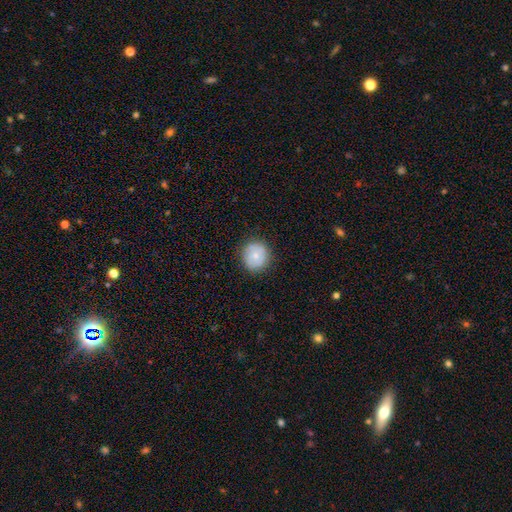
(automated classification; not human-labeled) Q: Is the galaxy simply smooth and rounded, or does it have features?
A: smooth — 68%.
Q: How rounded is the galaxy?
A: round — 82%.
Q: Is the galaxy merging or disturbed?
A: none — 83%.